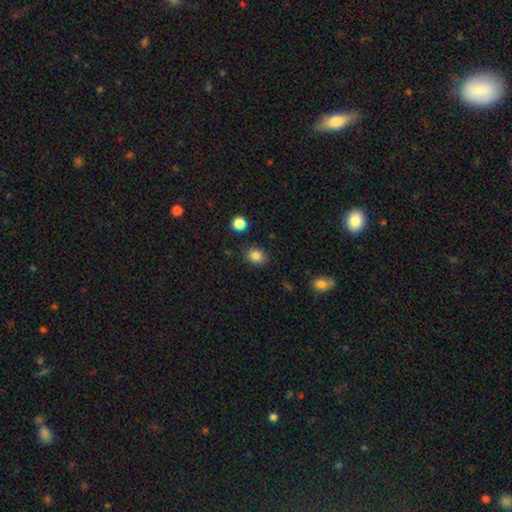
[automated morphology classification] Q: Smooth or featured?
A: smooth (84%); runner-up: star or artifact (10%)
Q: How rounded?
A: round (58%); runner-up: in between (41%)
Q: Merging?
A: none (86%); runner-up: minor disturbance (10%)